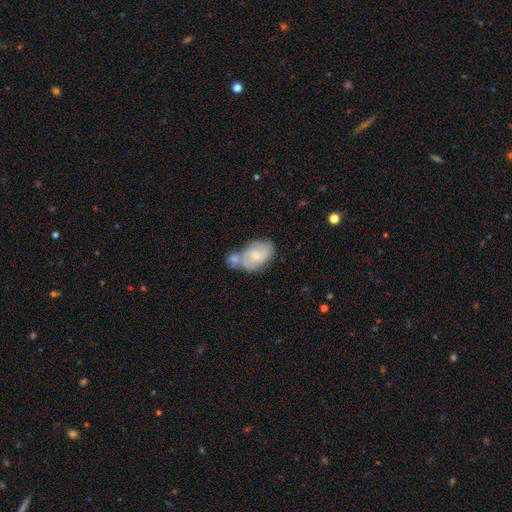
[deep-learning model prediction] A featured or disk galaxy (51%). Merging: merger (42%).